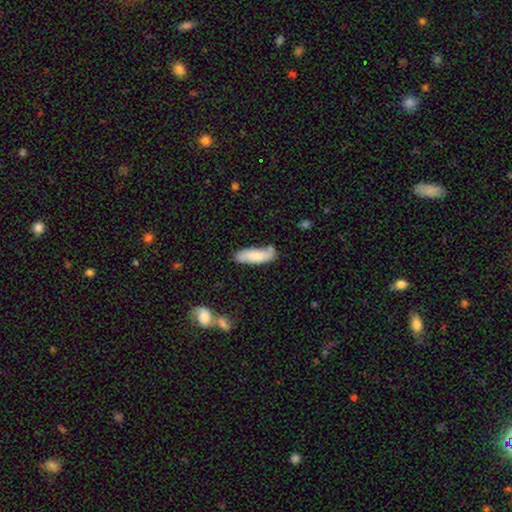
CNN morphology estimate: Q: Smooth or featured?
A: smooth (76%); runner-up: featured or disk (18%)
Q: How rounded?
A: in between (54%); runner-up: cigar-shaped (44%)
Q: Merging?
A: none (70%); runner-up: minor disturbance (19%)